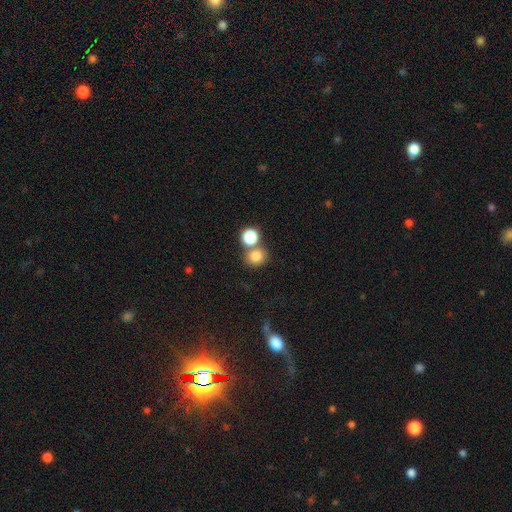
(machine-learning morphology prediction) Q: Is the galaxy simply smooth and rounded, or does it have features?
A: smooth — 80%.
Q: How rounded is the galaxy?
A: round — 78%.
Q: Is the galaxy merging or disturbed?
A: none — 55%.